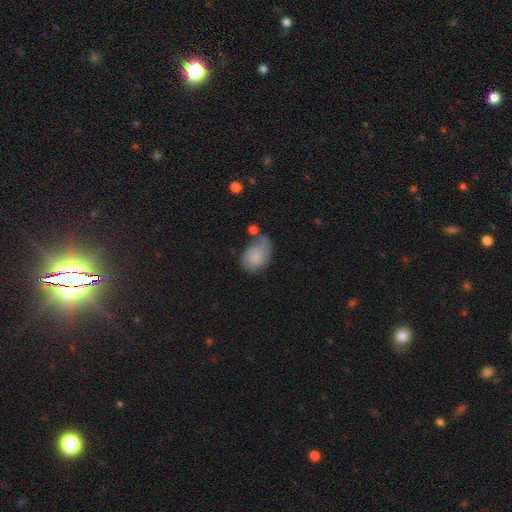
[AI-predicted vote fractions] Morphology: type=smooth (72%); roundness=in between (70%); merging=none (35%).